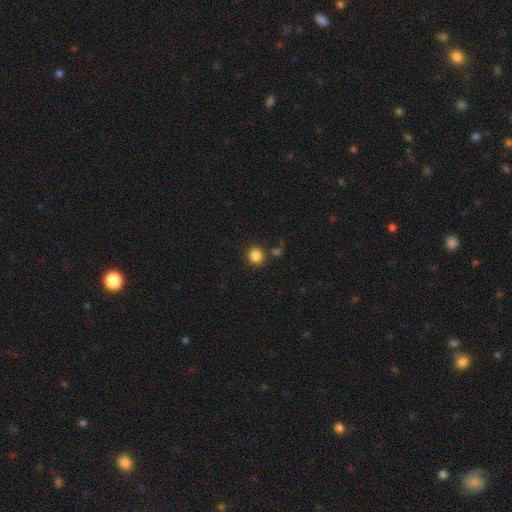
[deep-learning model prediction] A smooth galaxy with no disk features (86%) that is round (88%). Merging: none (84%).